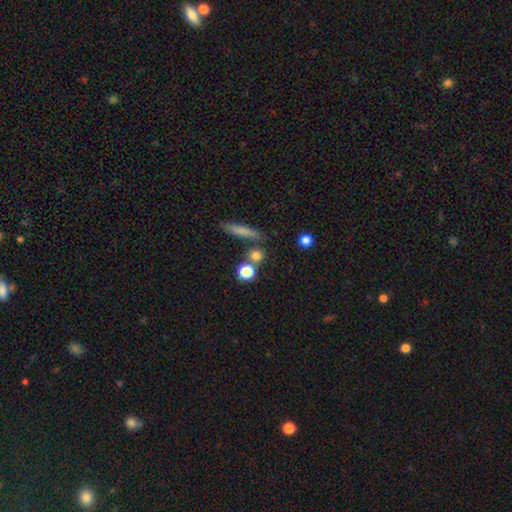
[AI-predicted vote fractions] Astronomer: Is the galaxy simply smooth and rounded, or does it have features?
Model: smooth — 78%.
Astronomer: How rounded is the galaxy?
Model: round — 76%.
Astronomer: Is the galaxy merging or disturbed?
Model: none — 69%.